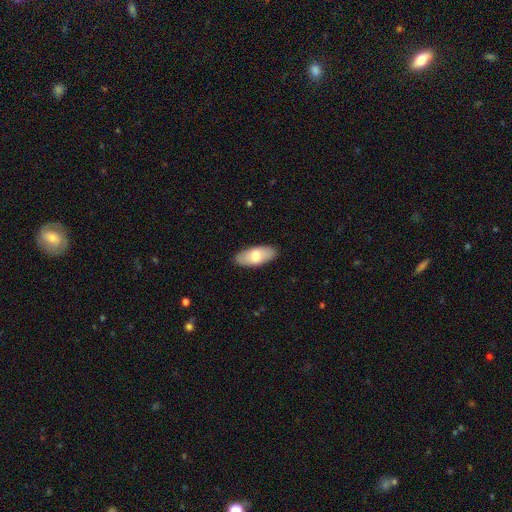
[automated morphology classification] This appears to be a smooth galaxy with no disk features (70%) that is in between round and cigar-shaped (88%). Merging: none (88%).